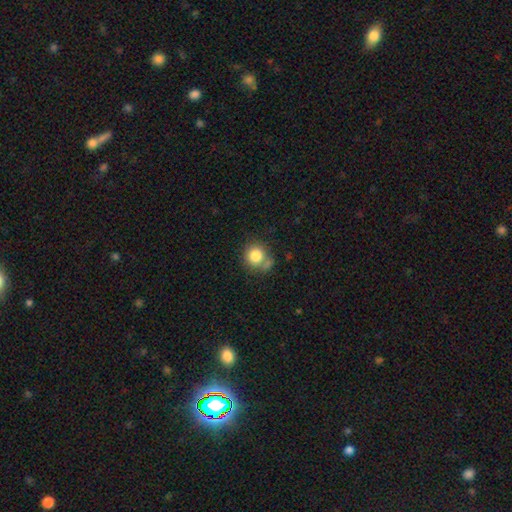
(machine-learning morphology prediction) type=smooth (82%); roundness=round (87%); merging=none (59%).